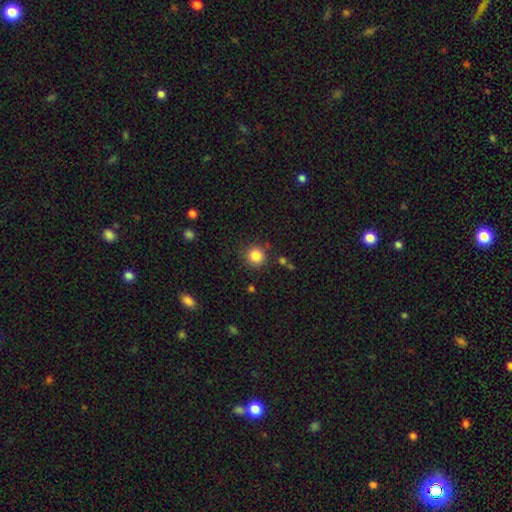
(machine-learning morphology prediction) Smooth or featured?
  - smooth: 85% *
  - star or artifact: 11%
  - featured or disk: 5%
How rounded?
  - round: 93% *
  - in between: 6%
  - cigar-shaped: 1%
Merging?
  - none: 85% *
  - minor disturbance: 8%
  - merger: 3%
  - major disturbance: 3%